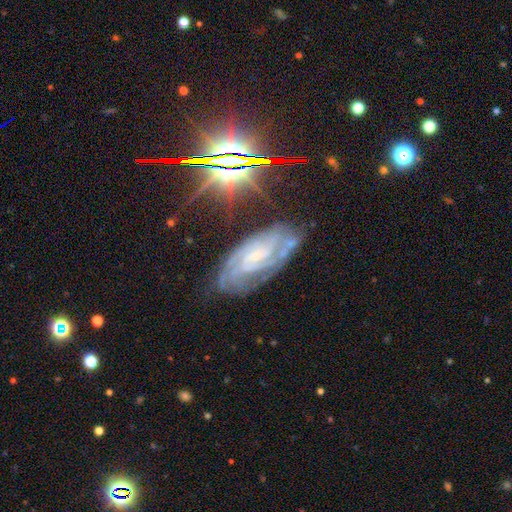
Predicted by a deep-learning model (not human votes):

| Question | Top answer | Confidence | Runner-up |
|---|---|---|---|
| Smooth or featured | featured or disk | 80% | star or artifact (12%) |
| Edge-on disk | no | 93% | yes (7%) |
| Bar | no | 46% | weak (41%) |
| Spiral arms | yes | 96% | no (4%) |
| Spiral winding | tight | 66% | medium (29%) |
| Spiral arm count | can't tell | 32% | 2 (25%) |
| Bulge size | small | 72% | moderate (15%) |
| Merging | none | 72% | minor disturbance (19%) |